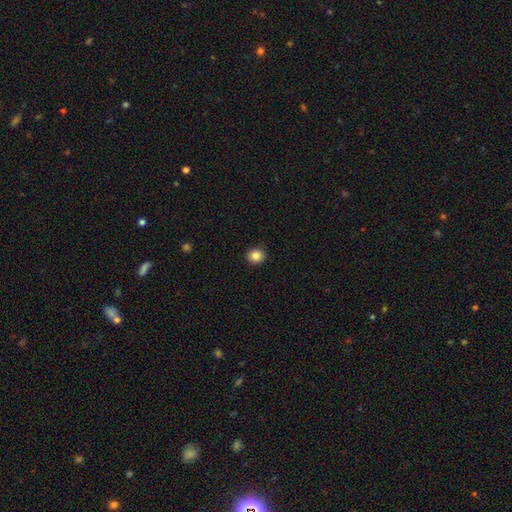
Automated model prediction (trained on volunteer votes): smooth-or-featured: smooth: 86% | star or artifact: 10% | featured or disk: 4%
  how-rounded: round: 83% | in between: 16% | cigar-shaped: 1%
  merging: none: 92% | minor disturbance: 6% | major disturbance: 2% | merger: 1%